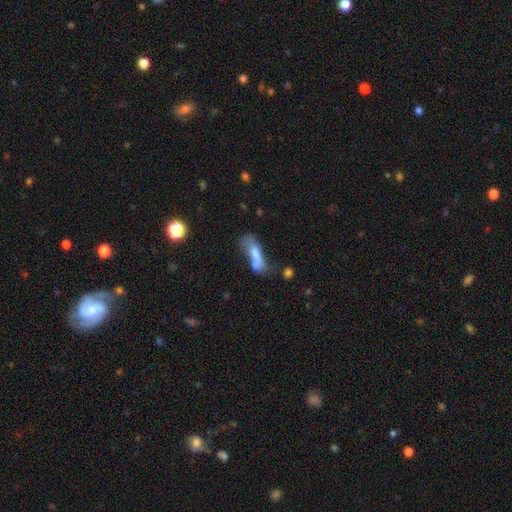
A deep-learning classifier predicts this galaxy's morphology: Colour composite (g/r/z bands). It shows a smooth galaxy with no disk features (66%) that is in between round and cigar-shaped (55%). Merging: major disturbance (30%).